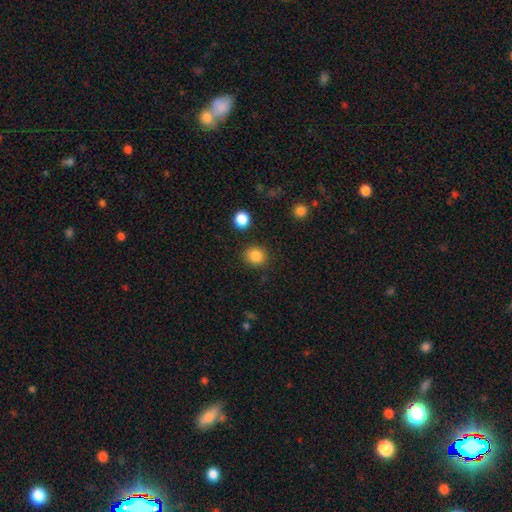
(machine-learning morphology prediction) The model was most divided on "how rounded": round: 84%, in between: 15%, cigar-shaped: 1%. More confident: merging — none (88%); smooth or featured — smooth (85%).